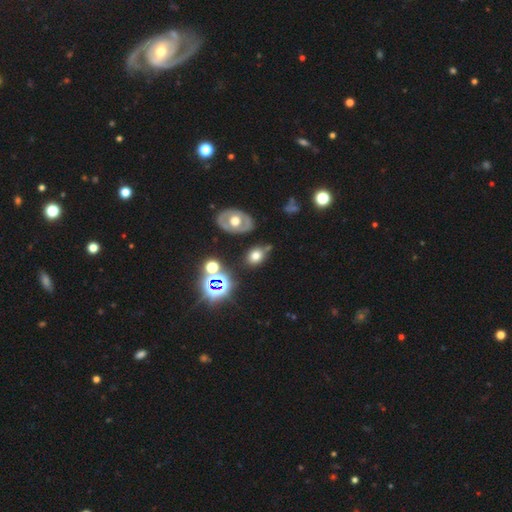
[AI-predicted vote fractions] smooth_or_featured: smooth (p=0.60) [alt: featured or disk p=0.22]
how_rounded: in between (p=0.70) [alt: round p=0.28]
merging: none (p=0.71) [alt: minor disturbance p=0.17]